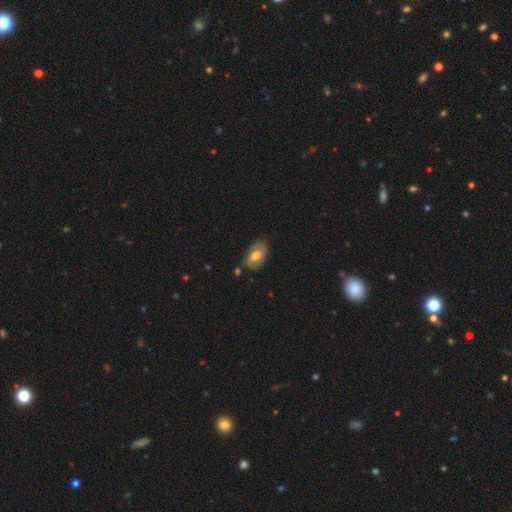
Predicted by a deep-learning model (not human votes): Smooth or featured: smooth — 53% (featured or disk — 40%)
How rounded: in between — 91% (round — 8%)
Merging: none — 69% (minor disturbance — 22%)